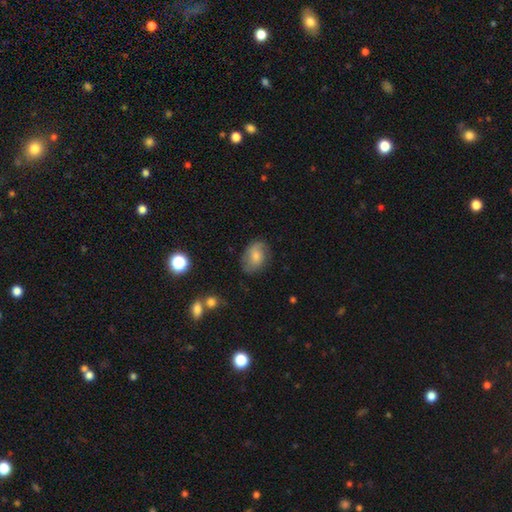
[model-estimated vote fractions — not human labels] Morphology: type=smooth (59%); roundness=in between (72%); merging=none (71%).